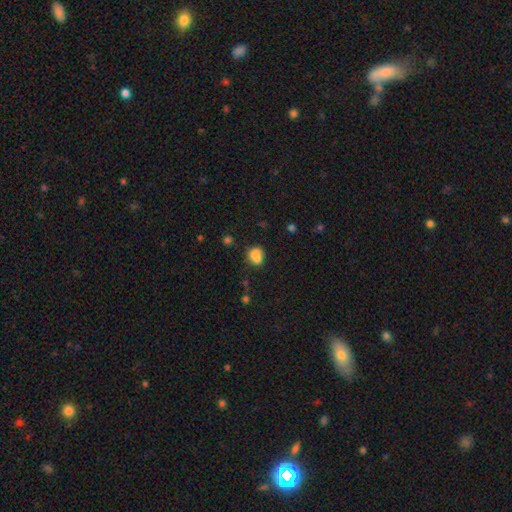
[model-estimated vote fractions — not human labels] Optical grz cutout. It shows a smooth galaxy with no disk features (84%) that is in between round and cigar-shaped (55%). Merging: none (65%).